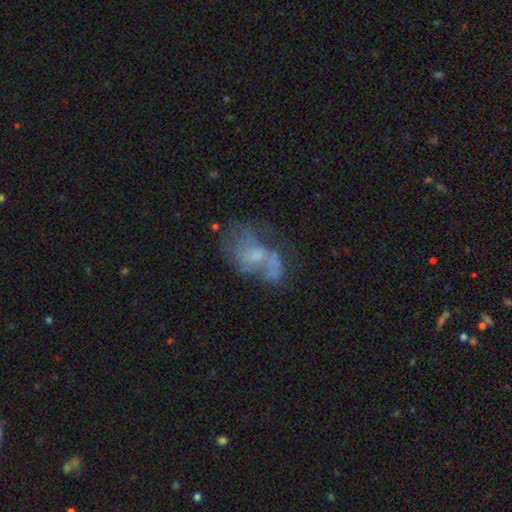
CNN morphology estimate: Smooth or featured?
  - featured or disk: 60% *
  - smooth: 28%
  - star or artifact: 12%
Edge-on disk?
  - no: 97% *
  - yes: 3%
Bar?
  - no: 74% *
  - weak: 22%
  - strong: 4%
Spiral arms?
  - no: 55% *
  - yes: 45%
Bulge size?
  - small: 43% *
  - moderate: 27%
  - none: 26%
  - large: 3%
  - dominant: 1%
Merging?
  - none: 31% *
  - major disturbance: 30%
  - merger: 21%
  - minor disturbance: 18%